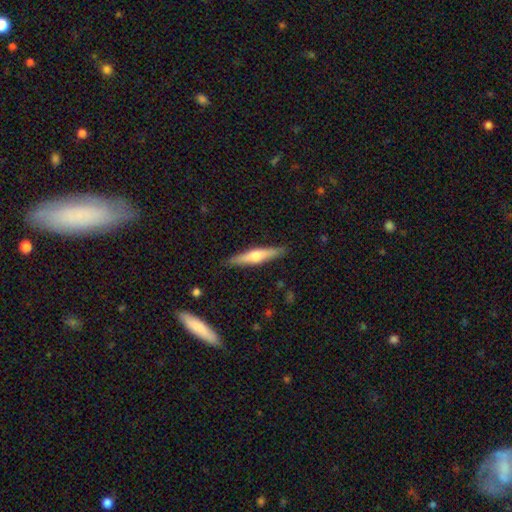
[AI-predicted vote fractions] Overall: featured or disk (52%; smooth 42%). Edge-on disk: yes (94%). Merging: none (88%).